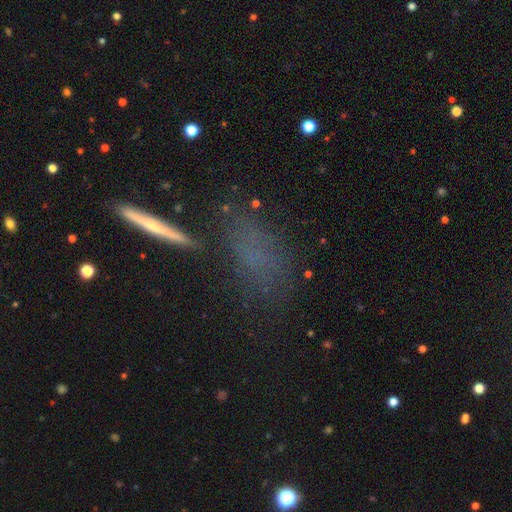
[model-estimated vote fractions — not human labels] This is possibly a smooth galaxy (53%). How rounded: possibly in between (55%). Merging: likely none (62%).